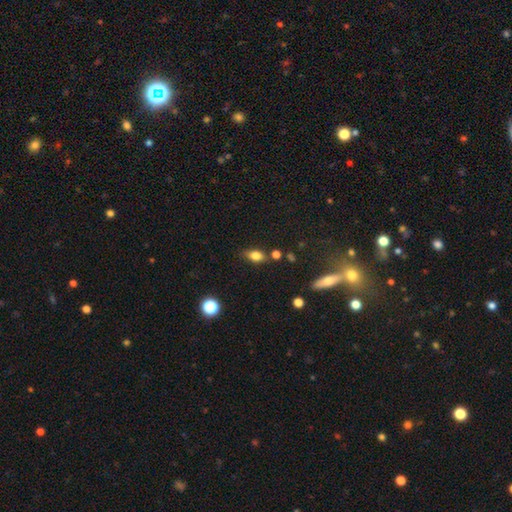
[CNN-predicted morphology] This appears to be a smooth galaxy with no disk features (78%) that is in between round and cigar-shaped (79%). Merging: none (72%).